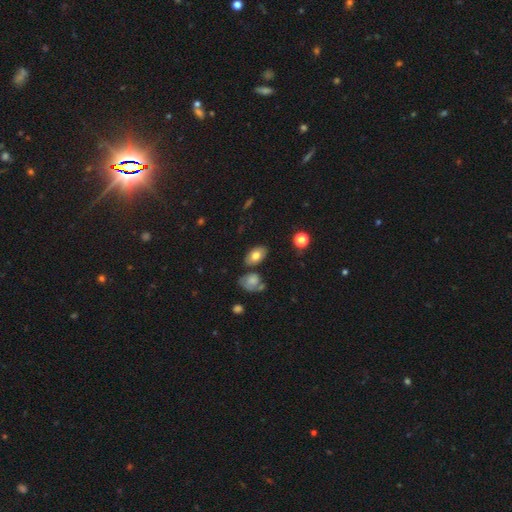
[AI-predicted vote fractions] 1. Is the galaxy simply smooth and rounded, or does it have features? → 75% smooth, 17% featured or disk, 8% star or artifact.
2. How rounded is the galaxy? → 91% in between, 7% round, 2% cigar-shaped.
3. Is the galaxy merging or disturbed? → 75% none, 13% minor disturbance, 8% merger, 4% major disturbance.